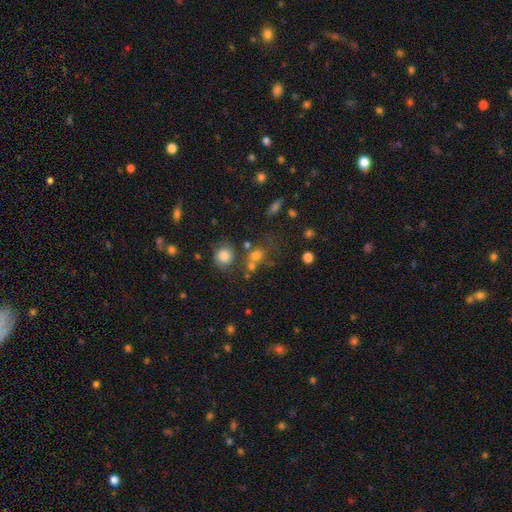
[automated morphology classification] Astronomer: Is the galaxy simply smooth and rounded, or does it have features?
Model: smooth — 72%.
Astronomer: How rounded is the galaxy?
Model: round — 72%.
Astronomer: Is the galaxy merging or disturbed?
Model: none — 47% (runner-up: merger, 28%).